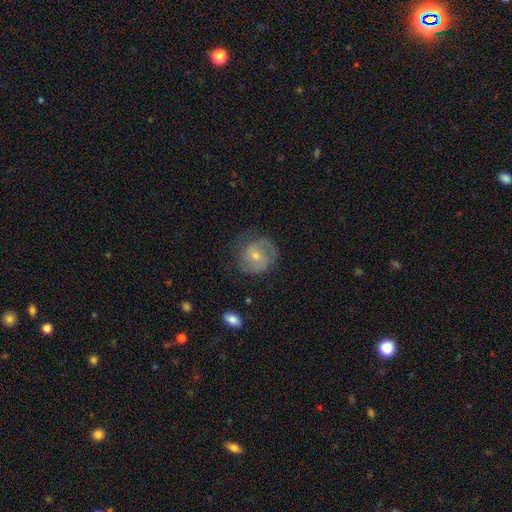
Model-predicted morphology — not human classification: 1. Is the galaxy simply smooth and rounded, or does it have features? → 74% featured or disk, 18% smooth, 8% star or artifact.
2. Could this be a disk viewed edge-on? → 97% no, 3% yes.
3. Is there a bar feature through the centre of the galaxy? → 61% no, 33% weak, 7% strong.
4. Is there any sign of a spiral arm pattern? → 92% yes, 8% no.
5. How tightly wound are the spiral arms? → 46% tight, 41% medium, 13% loose.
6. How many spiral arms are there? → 68% 2, 16% can't tell, 7% 3, 6% 1, 2% 4, 2% more than 4.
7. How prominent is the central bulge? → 57% small, 39% moderate, 2% none, 1% large, 1% dominant.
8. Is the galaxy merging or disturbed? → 75% none, 17% minor disturbance, 7% major disturbance, 1% merger.